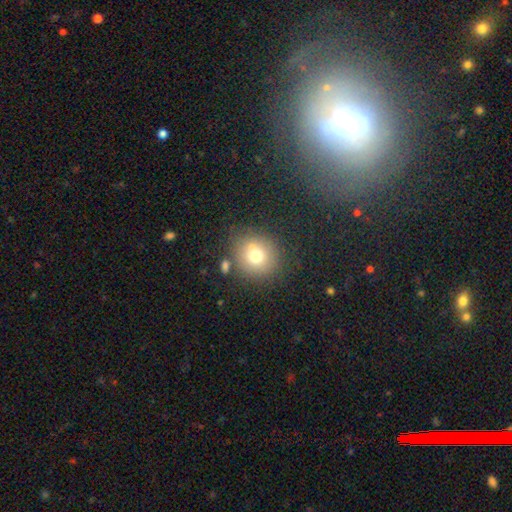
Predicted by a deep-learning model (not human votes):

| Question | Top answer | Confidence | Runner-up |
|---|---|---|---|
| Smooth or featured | smooth | 72% | featured or disk (14%) |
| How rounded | round | 88% | in between (11%) |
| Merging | none | 74% | minor disturbance (12%) |